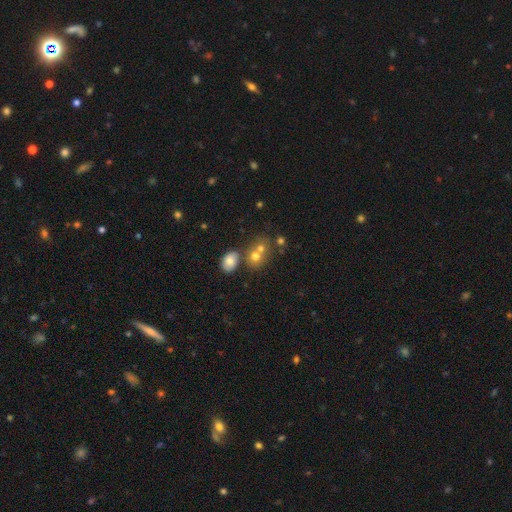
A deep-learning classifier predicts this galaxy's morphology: A smooth galaxy with no disk features (69%) that is round (67%). Merging: merger (47%).